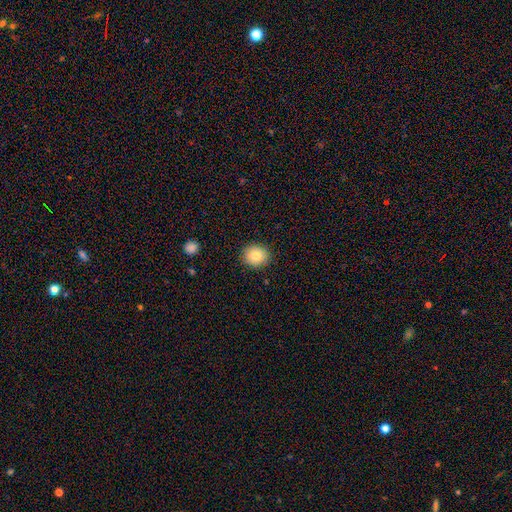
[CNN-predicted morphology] Smooth or featured? Predicted: smooth (p=0.81). How rounded? Predicted: round (p=0.76). Merging? Predicted: none (p=0.90).